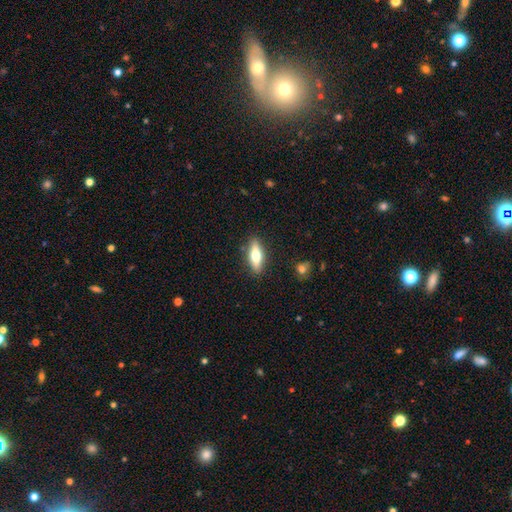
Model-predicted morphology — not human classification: Smooth or featured?
  - smooth: 62% *
  - featured or disk: 31%
  - star or artifact: 6%
How rounded?
  - in between: 57% *
  - cigar-shaped: 41%
  - round: 3%
Merging?
  - none: 87% *
  - minor disturbance: 9%
  - major disturbance: 2%
  - merger: 2%